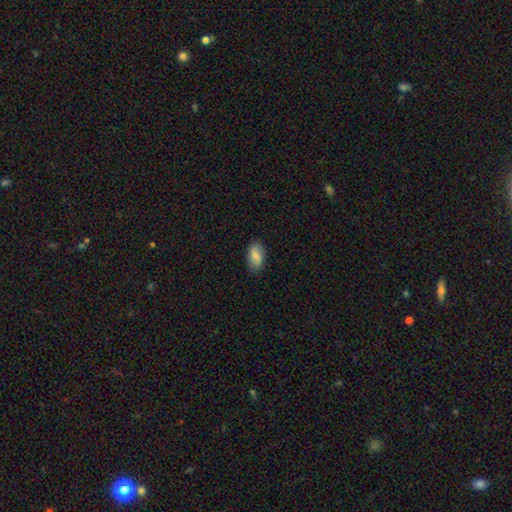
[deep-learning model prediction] Smooth or featured: smooth — 79% (featured or disk — 14%)
How rounded: in between — 93% (round — 5%)
Merging: none — 84% (minor disturbance — 13%)